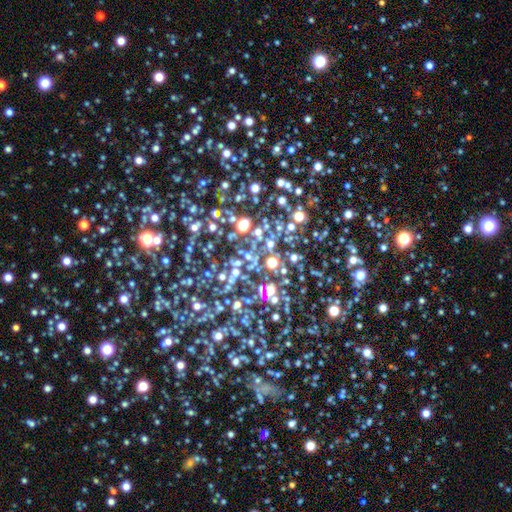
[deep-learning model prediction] Smooth or featured? Predicted: star or artifact (p=0.77).